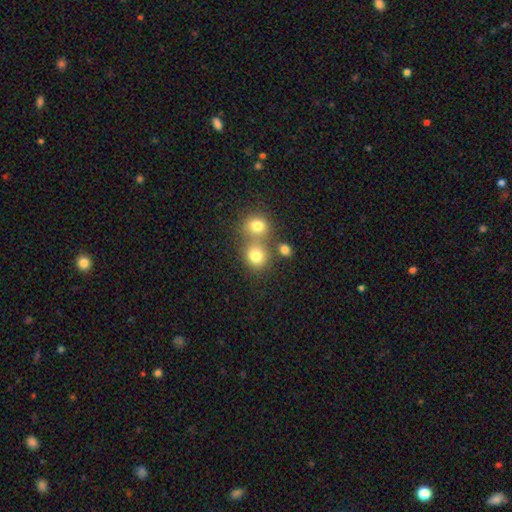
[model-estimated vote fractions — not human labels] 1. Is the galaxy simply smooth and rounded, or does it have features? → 79% smooth, 13% star or artifact, 8% featured or disk.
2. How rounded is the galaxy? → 82% round, 17% in between, 1% cigar-shaped.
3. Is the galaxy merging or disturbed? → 52% none, 37% merger, 8% minor disturbance, 3% major disturbance.